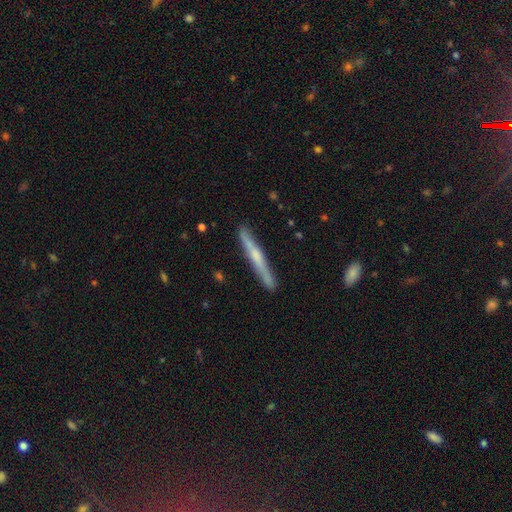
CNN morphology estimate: Smooth or featured?
  - featured or disk: 59% *
  - smooth: 35%
  - star or artifact: 6%
Edge-on disk?
  - yes: 96% *
  - no: 4%
Edge-on bulge?
  - rounded: 59% *
  - none: 32%
  - boxy: 8%
Merging?
  - none: 89% *
  - minor disturbance: 8%
  - major disturbance: 1%
  - merger: 1%